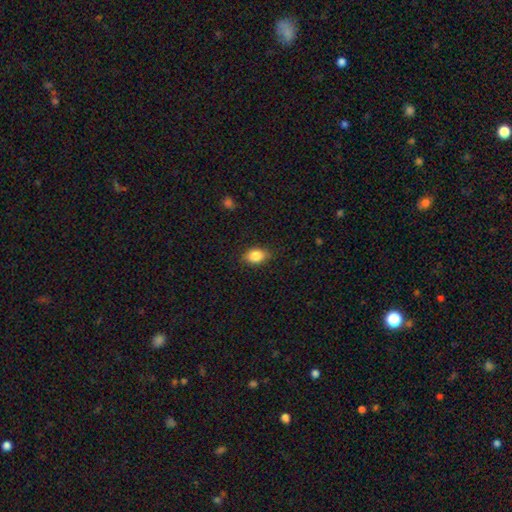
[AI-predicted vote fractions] The model was most divided on "how rounded": in between: 80%, round: 18%, cigar-shaped: 2%. More confident: smooth or featured — smooth (86%); merging — none (84%).